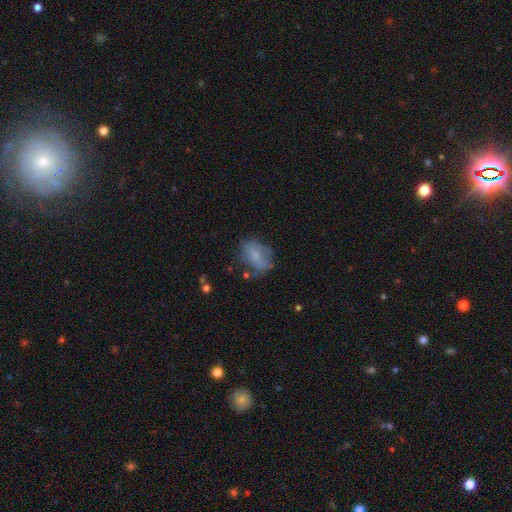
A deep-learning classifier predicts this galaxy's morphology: Smooth or featured: smooth — 67% (featured or disk — 23%)
How rounded: in between — 75% (round — 23%)
Merging: none — 54% (minor disturbance — 27%)